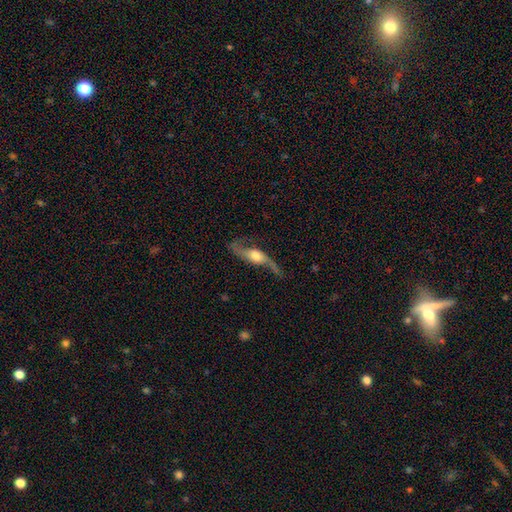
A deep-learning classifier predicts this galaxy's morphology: smooth_or_featured: featured or disk (p=0.82) [alt: smooth p=0.12]
disk_edge_on: no (p=0.69) [alt: yes p=0.31]
bar: no (p=0.60) [alt: weak p=0.29]
has_spiral_arms: yes (p=0.93) [alt: no p=0.07]
spiral_winding: loose (p=0.84) [alt: medium p=0.13]
spiral_arm_count: 2 (p=0.92) [alt: can't tell p=0.02]
bulge_size: moderate (p=0.50) [alt: large p=0.32]
merging: none (p=0.66) [alt: minor disturbance p=0.19]